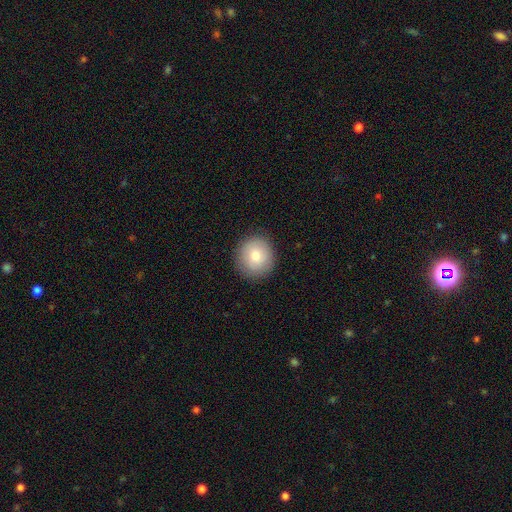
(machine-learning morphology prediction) The model was most divided on "smooth or featured": smooth: 81%, featured or disk: 12%, star or artifact: 8%. More confident: how rounded — round (90%); merging — none (89%).